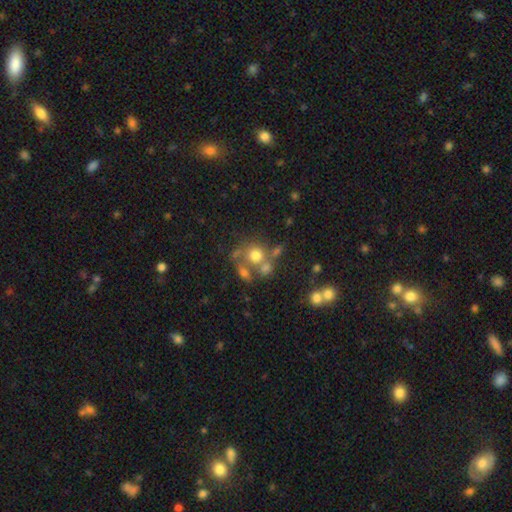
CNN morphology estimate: Smooth or featured? Predicted: smooth (p=0.64). How rounded? Predicted: round (p=0.82). Merging? Predicted: none (p=0.46).